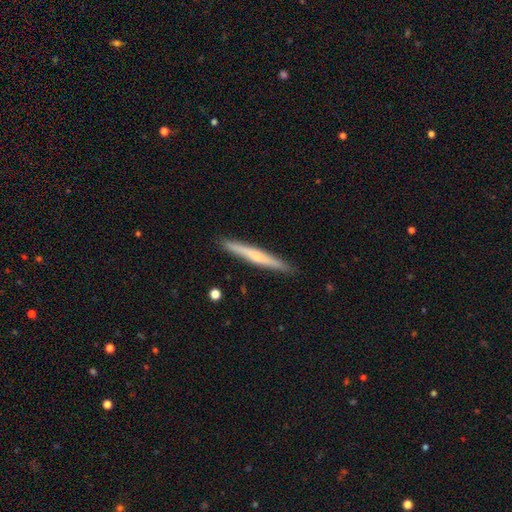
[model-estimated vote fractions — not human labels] Smooth or featured? featured or disk (51%)
Edge-on disk? yes (97%)
Merging? none (91%)